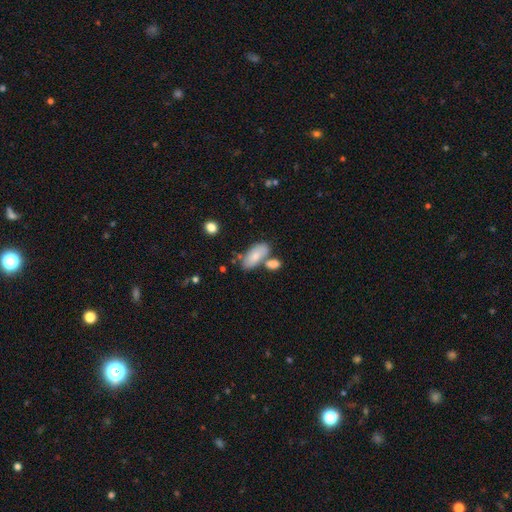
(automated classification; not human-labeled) Smooth or featured? Predicted: smooth (p=0.78). How rounded? Predicted: in between (p=0.87). Merging? Predicted: none (p=0.54).